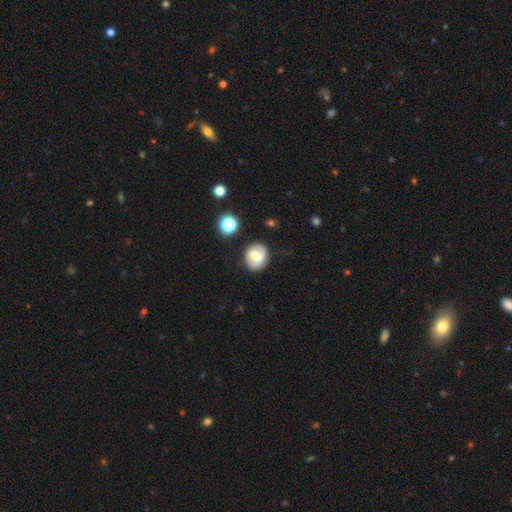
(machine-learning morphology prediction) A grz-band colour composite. It shows a featured or disk galaxy (46%). Merging: none (77%).